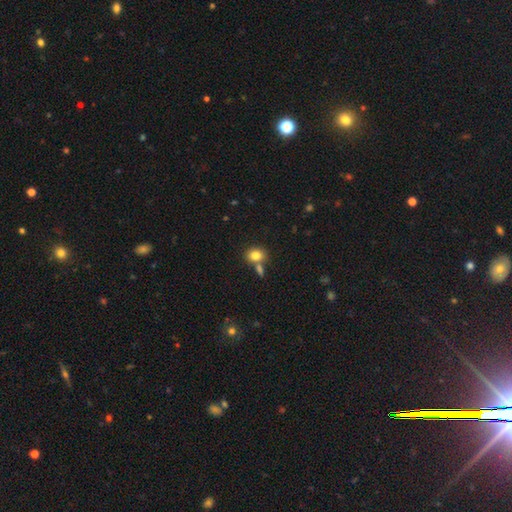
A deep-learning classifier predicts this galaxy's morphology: Smooth or featured?
  - smooth: 81% *
  - star or artifact: 10%
  - featured or disk: 9%
How rounded?
  - round: 51% *
  - in between: 48%
  - cigar-shaped: 1%
Merging?
  - none: 60% *
  - merger: 26%
  - minor disturbance: 11%
  - major disturbance: 3%